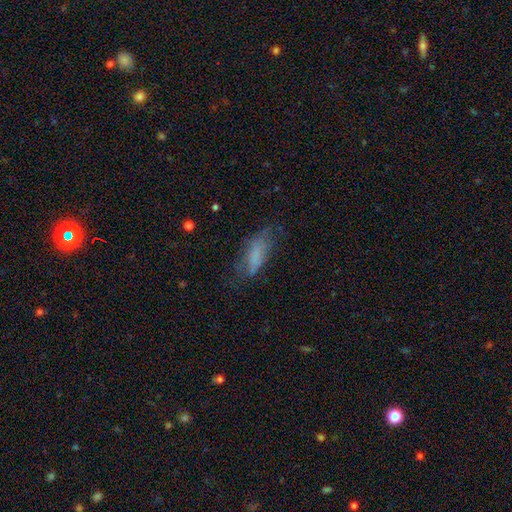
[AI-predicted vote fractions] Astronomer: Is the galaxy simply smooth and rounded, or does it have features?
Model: smooth — 65%.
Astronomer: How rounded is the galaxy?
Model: in between — 68%.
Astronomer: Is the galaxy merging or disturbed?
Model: none — 48% (runner-up: minor disturbance, 28%).